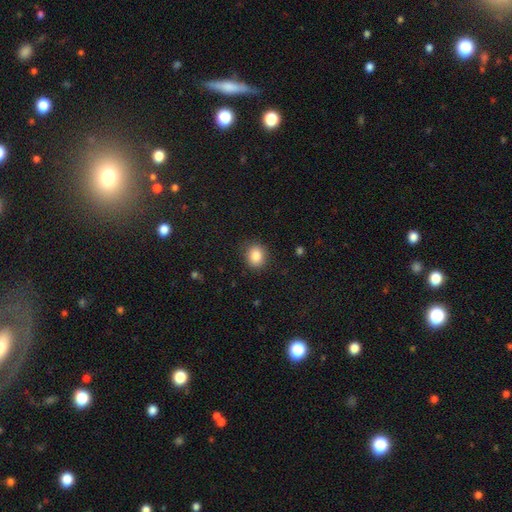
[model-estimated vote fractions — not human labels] This appears to be a smooth galaxy with no disk features (86%) that is round (73%). Merging: none (88%).